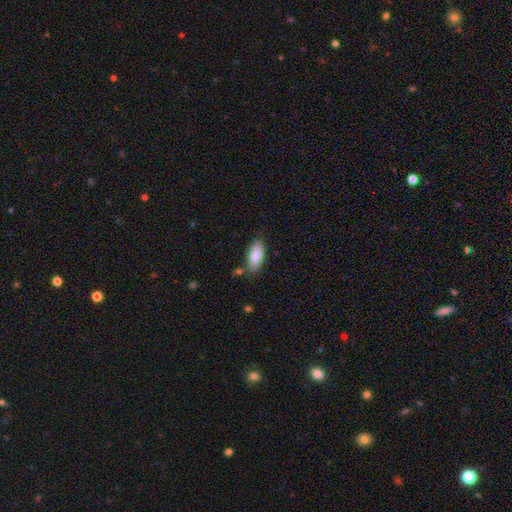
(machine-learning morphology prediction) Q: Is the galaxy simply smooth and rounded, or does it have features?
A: smooth — 86%.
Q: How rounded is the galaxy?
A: in between — 87%.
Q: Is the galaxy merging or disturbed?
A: none — 78%.